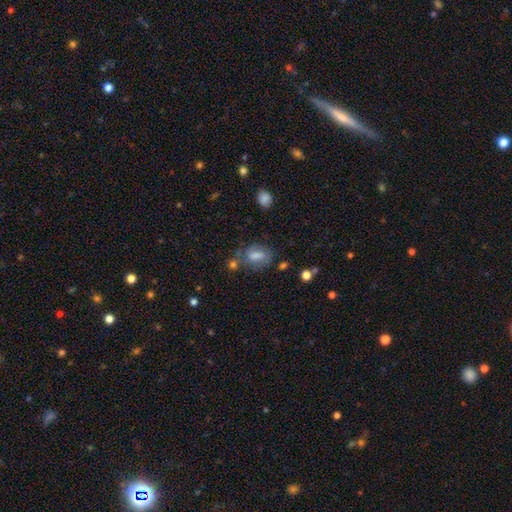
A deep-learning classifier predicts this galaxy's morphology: A smooth galaxy with no disk features (53%) that is in between round and cigar-shaped (77%).

Vote fractions:
- Smooth or featured? smooth: 53% / featured or disk: 30% / star or artifact: 17%
- How rounded? in between: 77% / round: 18% / cigar-shaped: 5%
- Merging? none: 57% / minor disturbance: 20% / merger: 12% / major disturbance: 10%